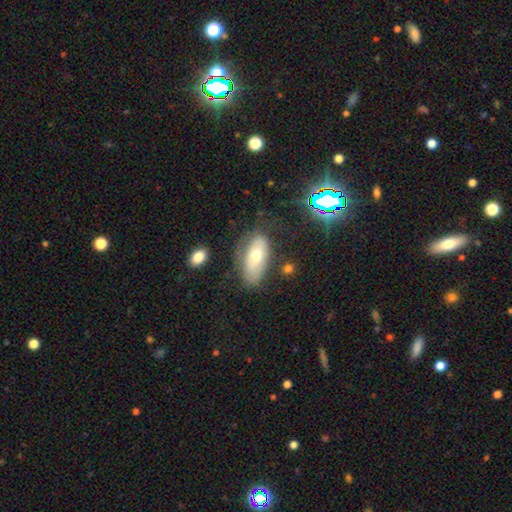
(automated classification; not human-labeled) This appears to be a smooth galaxy with no disk features (56%) that is in between round and cigar-shaped (90%). Merging: none (57%).